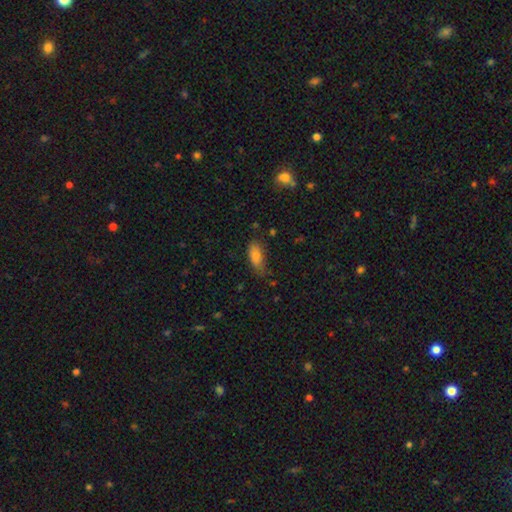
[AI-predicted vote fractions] A smooth galaxy with no disk features (80%) that is in between round and cigar-shaped (75%). Merging: none (62%).